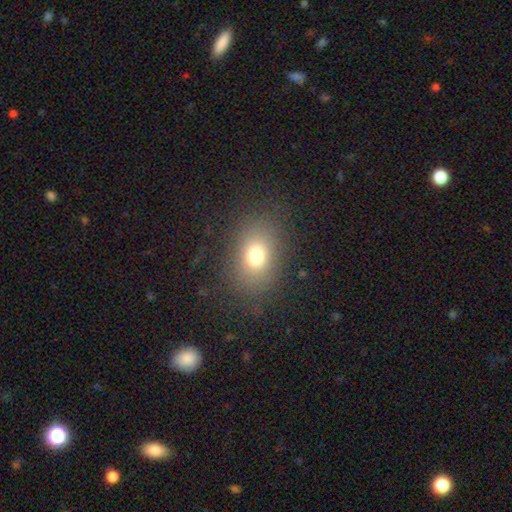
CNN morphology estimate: Q: Smooth or featured?
A: smooth (72%); runner-up: star or artifact (15%)
Q: How rounded?
A: in between (65%); runner-up: round (34%)
Q: Merging?
A: none (79%); runner-up: minor disturbance (12%)